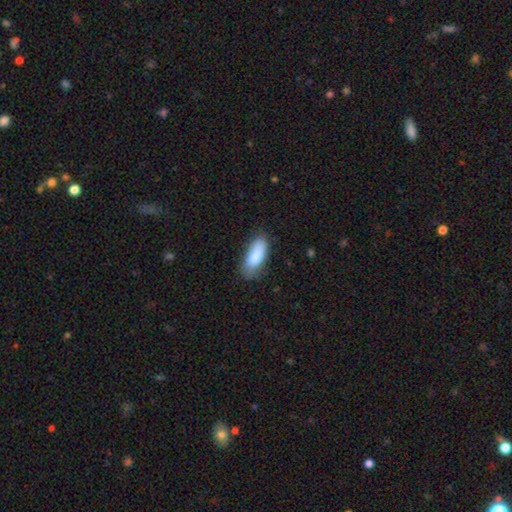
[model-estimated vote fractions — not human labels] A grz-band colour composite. It shows a smooth galaxy with no disk features (83%) that is in between round and cigar-shaped (81%). Merging: none (69%).